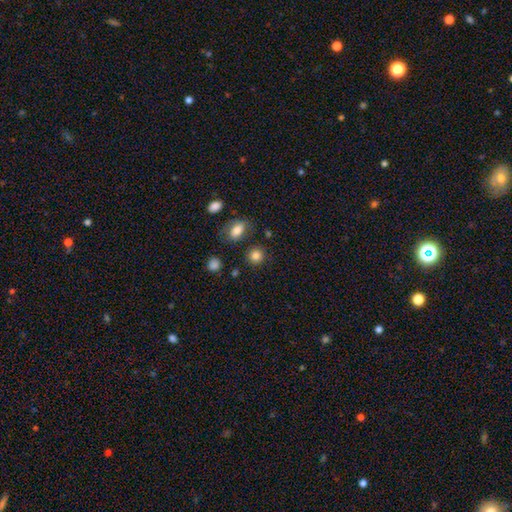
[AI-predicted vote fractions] Q: Smooth or featured?
A: smooth (84%); runner-up: star or artifact (11%)
Q: How rounded?
A: round (85%); runner-up: in between (14%)
Q: Merging?
A: none (82%); runner-up: minor disturbance (10%)